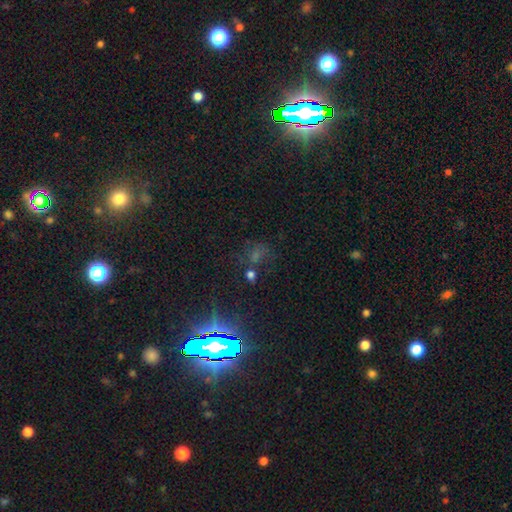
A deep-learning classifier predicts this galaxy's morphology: Q: Smooth or featured?
A: star or artifact (61%); runner-up: smooth (25%)